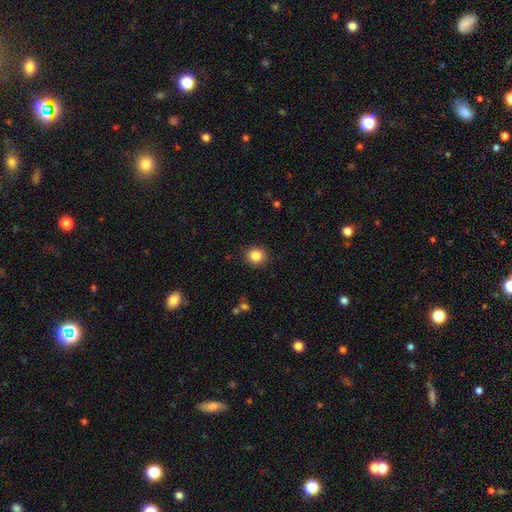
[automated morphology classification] A smooth galaxy with no disk features (85%) that is round (83%). Merging: none (90%).